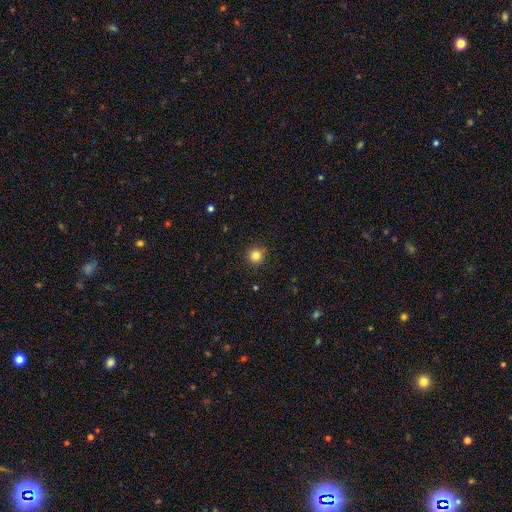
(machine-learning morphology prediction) This appears to be a smooth galaxy with no disk features (83%) that is round (95%). Merging: none (90%).